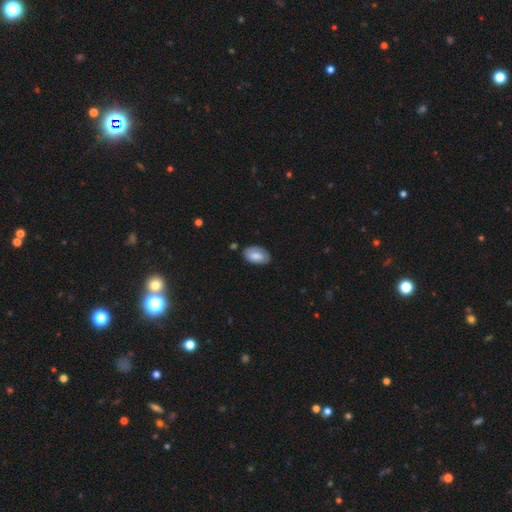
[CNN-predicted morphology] smooth_or_featured: smooth (p=0.75) [alt: featured or disk p=0.18]
how_rounded: in between (p=0.94) [alt: round p=0.04]
merging: none (p=0.75) [alt: minor disturbance p=0.19]